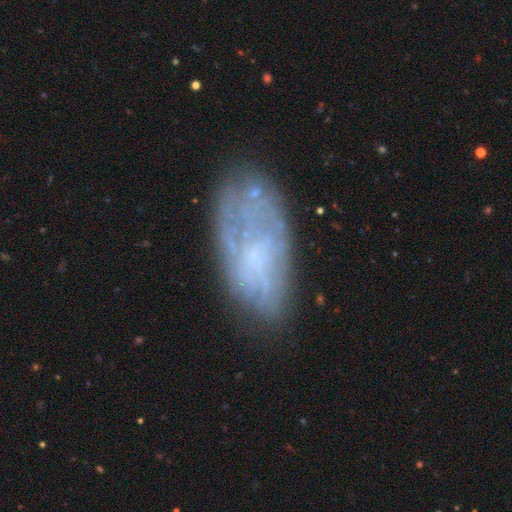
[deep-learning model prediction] The model was most divided on "smooth or featured": featured or disk: 53%, smooth: 37%, star or artifact: 10%. More confident: edge-on disk — no (93%); merging — none (64%).